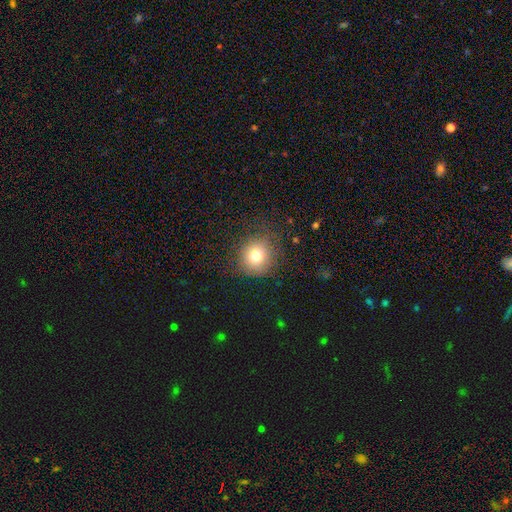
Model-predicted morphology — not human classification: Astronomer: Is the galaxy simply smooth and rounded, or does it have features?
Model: smooth — 76%.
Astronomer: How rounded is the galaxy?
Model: round — 90%.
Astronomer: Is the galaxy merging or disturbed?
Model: none — 84%.